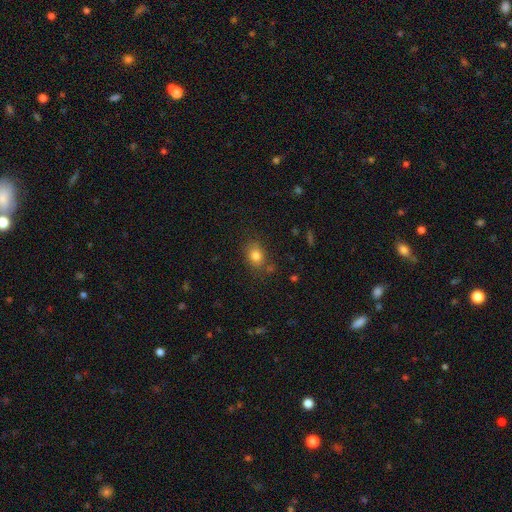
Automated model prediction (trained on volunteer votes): A smooth galaxy with no disk features (80%) that is in between round and cigar-shaped (58%).

Vote fractions:
- Smooth or featured? smooth: 80% / star or artifact: 11% / featured or disk: 8%
- How rounded? in between: 58% / round: 41% / cigar-shaped: 1%
- Merging? none: 77% / minor disturbance: 15% / merger: 4% / major disturbance: 4%